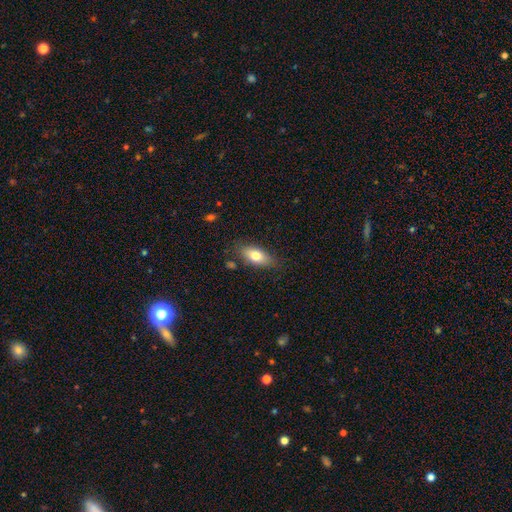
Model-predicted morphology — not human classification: A smooth galaxy with no disk features (75%) that is in between round and cigar-shaped (83%).

Vote fractions:
- Smooth or featured? smooth: 75% / featured or disk: 18% / star or artifact: 7%
- How rounded? in between: 83% / cigar-shaped: 12% / round: 4%
- Merging? none: 80% / minor disturbance: 15% / major disturbance: 3% / merger: 2%